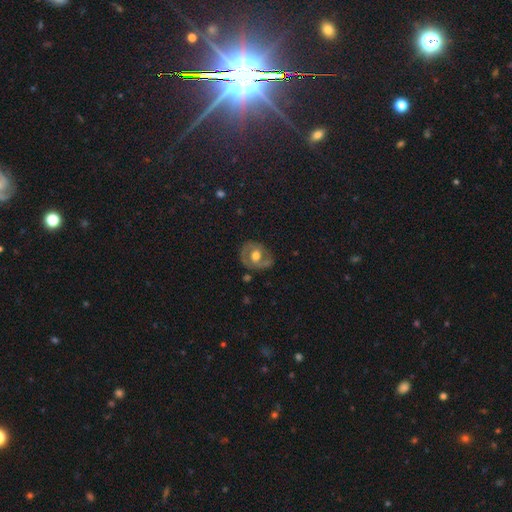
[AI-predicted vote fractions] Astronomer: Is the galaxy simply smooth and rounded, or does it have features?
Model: featured or disk — 61%.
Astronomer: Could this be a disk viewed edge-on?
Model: no — 96%.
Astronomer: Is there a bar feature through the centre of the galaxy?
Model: no — 61%.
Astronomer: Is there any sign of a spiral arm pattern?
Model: yes — 51% (runner-up: no, 49%).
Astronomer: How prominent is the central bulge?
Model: moderate — 64%.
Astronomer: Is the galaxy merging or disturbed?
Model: none — 68%.